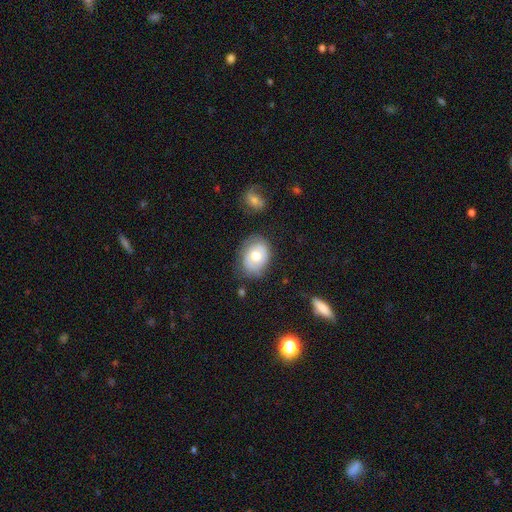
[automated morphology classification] type=smooth (59%); roundness=in between (61%); merging=none (70%).